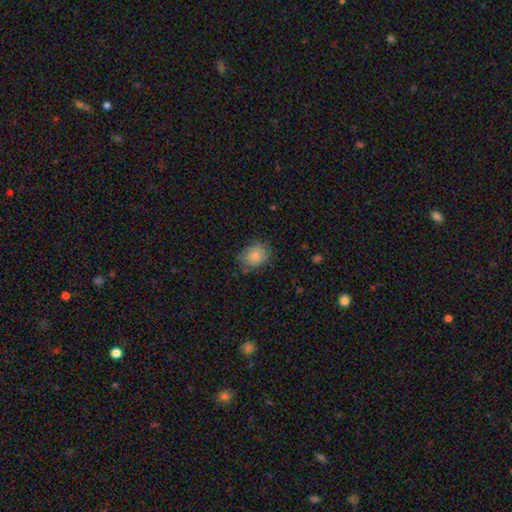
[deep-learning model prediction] Smooth or featured?
  - smooth: 81% *
  - featured or disk: 11%
  - star or artifact: 8%
How rounded?
  - round: 51% *
  - in between: 48%
  - cigar-shaped: 1%
Merging?
  - none: 71% *
  - minor disturbance: 22%
  - major disturbance: 6%
  - merger: 1%